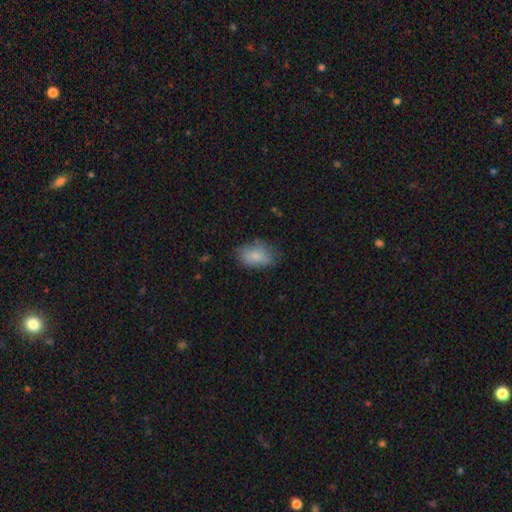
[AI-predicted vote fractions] smooth_or_featured: smooth (p=0.81) [alt: featured or disk p=0.12]
how_rounded: in between (p=0.89) [alt: round p=0.09]
merging: none (p=0.67) [alt: minor disturbance p=0.24]